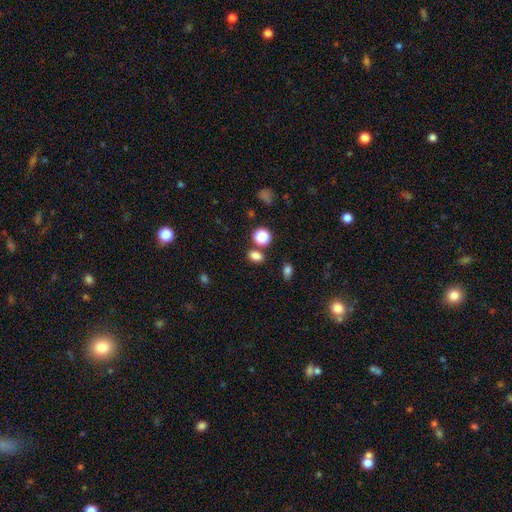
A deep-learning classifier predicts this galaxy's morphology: Smooth or featured? smooth (81%)
How rounded? in between (65%)
Merging? none (73%)